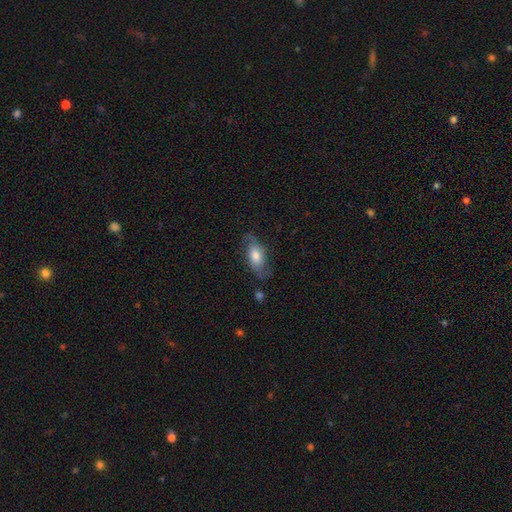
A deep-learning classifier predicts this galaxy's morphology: The model was most divided on "smooth or featured": smooth: 51%, featured or disk: 42%, star or artifact: 7%. More confident: how rounded — in between (85%); merging — none (66%).